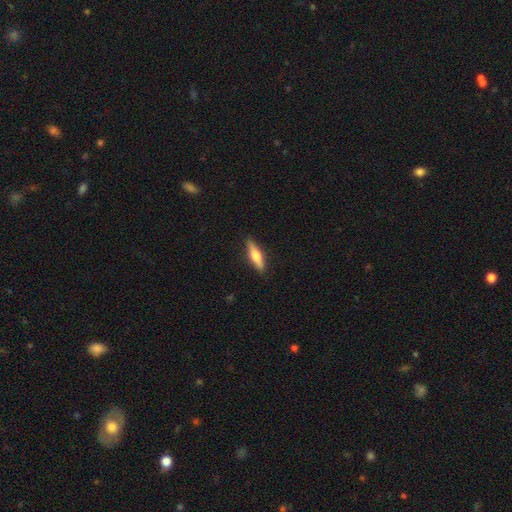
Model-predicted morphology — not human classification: The model was most divided on "smooth or featured": smooth: 53%, featured or disk: 41%, star or artifact: 6%. More confident: merging — none (89%); how rounded — cigar-shaped (70%).